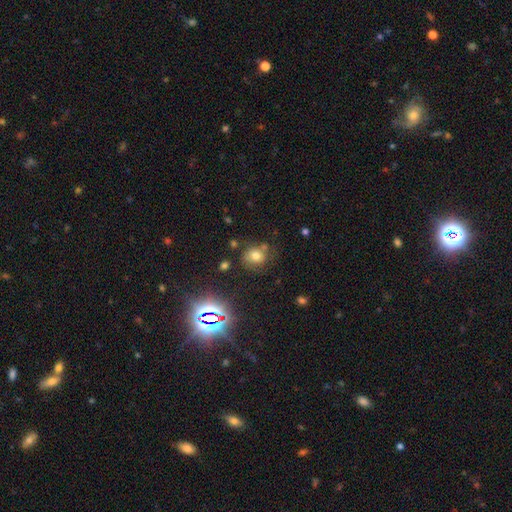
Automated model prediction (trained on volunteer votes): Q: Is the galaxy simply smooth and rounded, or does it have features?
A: smooth — 67%.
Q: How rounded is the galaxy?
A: round — 70%.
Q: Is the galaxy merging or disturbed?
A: none — 66%.